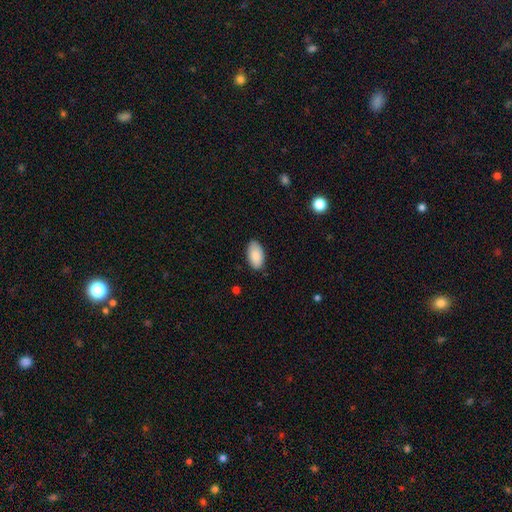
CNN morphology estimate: Smooth or featured? Predicted: smooth (p=0.88). How rounded? Predicted: in between (p=0.95). Merging? Predicted: none (p=0.85).